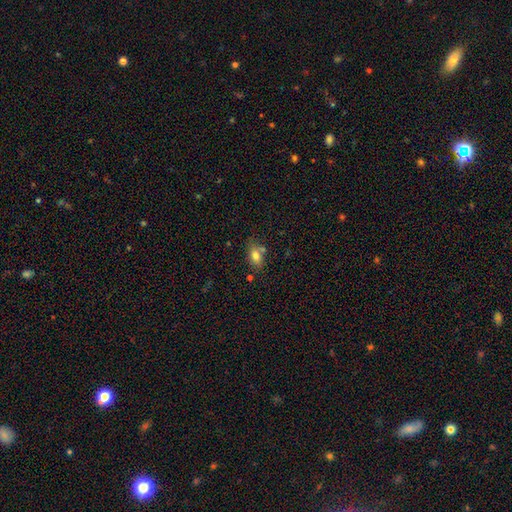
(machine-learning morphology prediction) smooth 77%, featured or disk 13%, star or artifact 10%. Down the decision tree: how rounded — in between (83%); merging — none (65%).